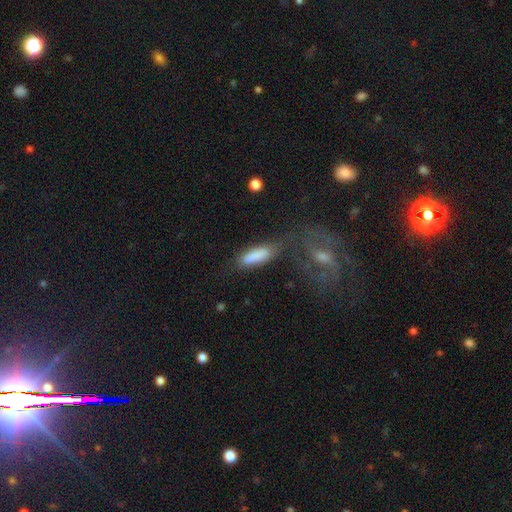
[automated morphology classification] smooth 83%, featured or disk 10%, star or artifact 6%. Down the decision tree: how rounded — cigar-shaped (50%); merging — none (56%).